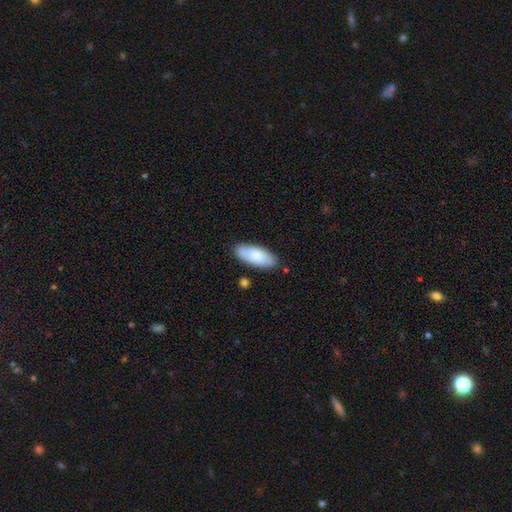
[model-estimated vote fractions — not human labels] Q: Smooth or featured?
A: smooth (82%); runner-up: featured or disk (12%)
Q: How rounded?
A: in between (81%); runner-up: cigar-shaped (17%)
Q: Merging?
A: none (81%); runner-up: minor disturbance (14%)